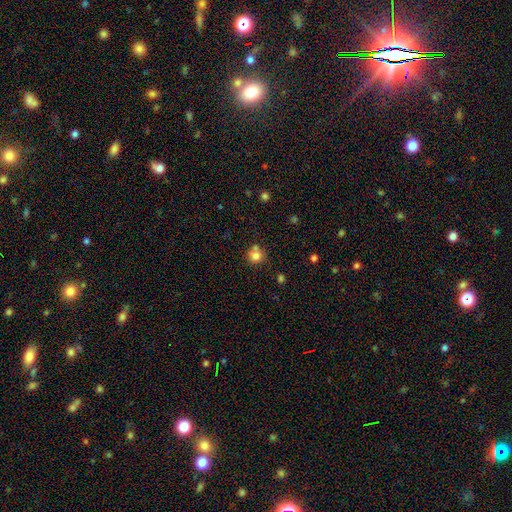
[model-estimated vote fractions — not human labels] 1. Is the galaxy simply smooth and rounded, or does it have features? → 78% smooth, 12% star or artifact, 10% featured or disk.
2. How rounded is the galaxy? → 87% round, 12% in between, 1% cigar-shaped.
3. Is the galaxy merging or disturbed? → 59% none, 26% merger, 12% minor disturbance, 4% major disturbance.